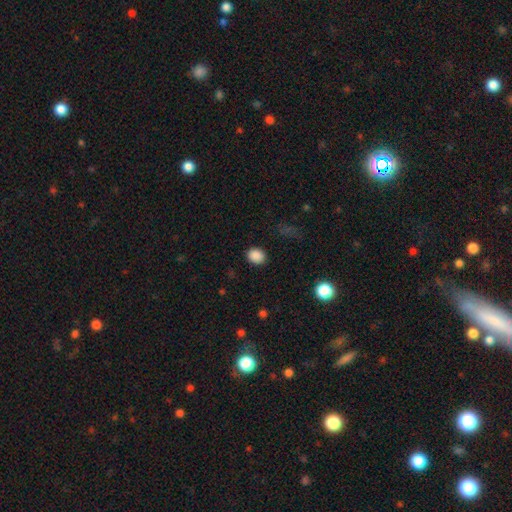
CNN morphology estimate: smooth-or-featured: smooth: 87% | star or artifact: 10% | featured or disk: 3%
  how-rounded: round: 52% | in between: 47% | cigar-shaped: 1%
  merging: none: 88% | minor disturbance: 8% | major disturbance: 3% | merger: 1%